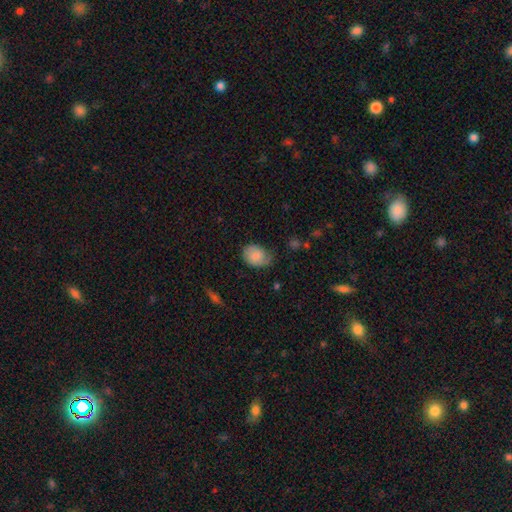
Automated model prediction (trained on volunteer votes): The model was most divided on "merging": none: 50%, minor disturbance: 36%, major disturbance: 12%, merger: 2%. More confident: smooth or featured — smooth (76%); how rounded — in between (65%).